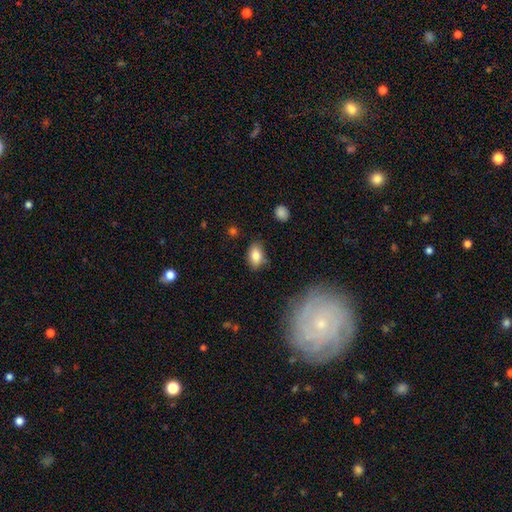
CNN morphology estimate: This is clearly a smooth galaxy (82%). How rounded: clearly in between (88%). Merging: clearly none (80%).